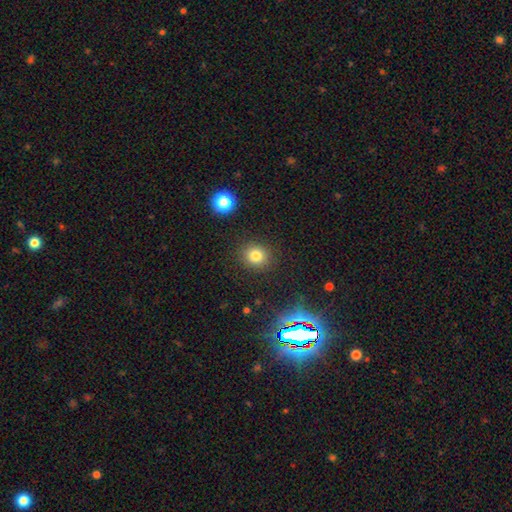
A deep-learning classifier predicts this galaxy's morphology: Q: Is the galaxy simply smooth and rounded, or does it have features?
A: smooth — 78%.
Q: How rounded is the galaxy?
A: round — 83%.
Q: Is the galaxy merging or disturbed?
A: none — 88%.